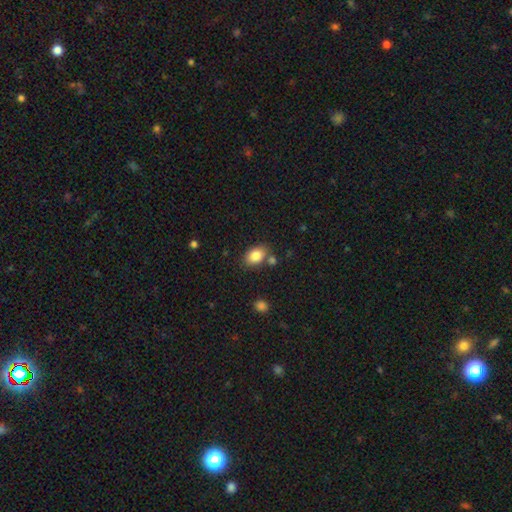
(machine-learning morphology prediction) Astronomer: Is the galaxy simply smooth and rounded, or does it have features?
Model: smooth — 85%.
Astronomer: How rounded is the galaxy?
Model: in between — 81%.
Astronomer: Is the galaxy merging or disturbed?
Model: none — 73%.